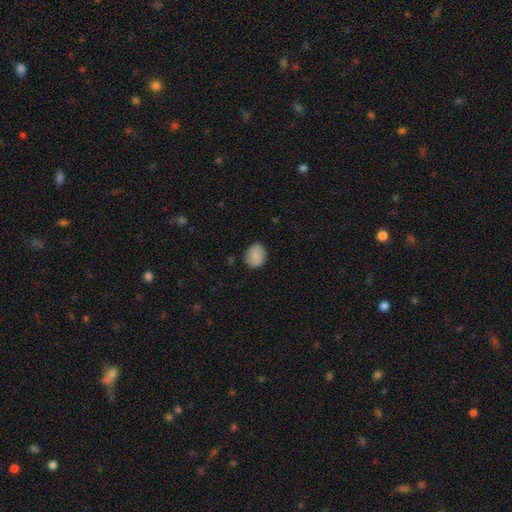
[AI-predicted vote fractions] Smooth or featured?
  - smooth: 85% *
  - star or artifact: 7%
  - featured or disk: 7%
How rounded?
  - round: 51% *
  - in between: 48%
  - cigar-shaped: 1%
Merging?
  - none: 81% *
  - minor disturbance: 15%
  - major disturbance: 3%
  - merger: 1%